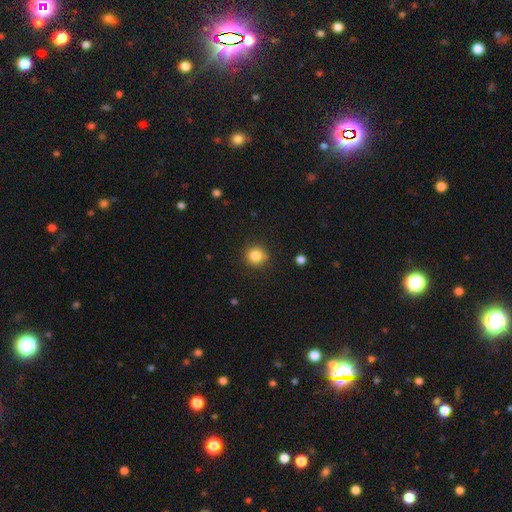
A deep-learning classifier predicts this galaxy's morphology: This appears to be a smooth galaxy with no disk features (84%) that is round (89%). Merging: none (86%).